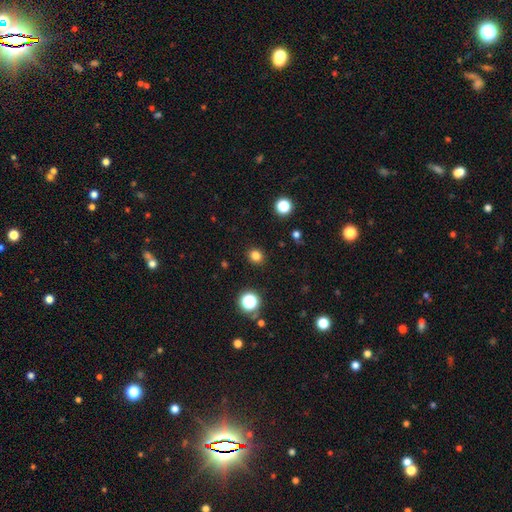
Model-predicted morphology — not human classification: Smooth or featured? Predicted: smooth (p=0.81). How rounded? Predicted: round (p=0.85). Merging? Predicted: none (p=0.91).